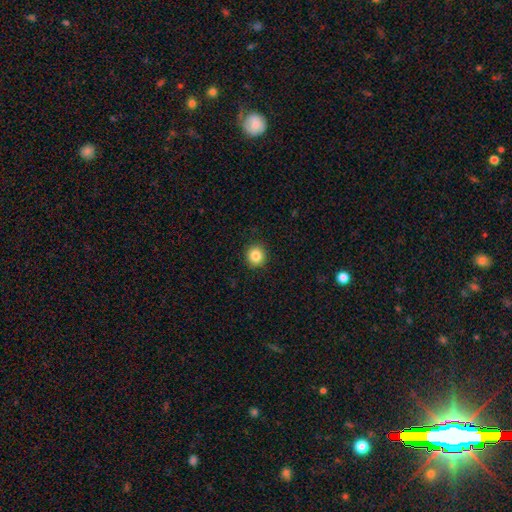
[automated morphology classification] Smooth or featured: smooth — 85% (star or artifact — 10%)
How rounded: round — 92% (in between — 7%)
Merging: none — 92% (minor disturbance — 5%)